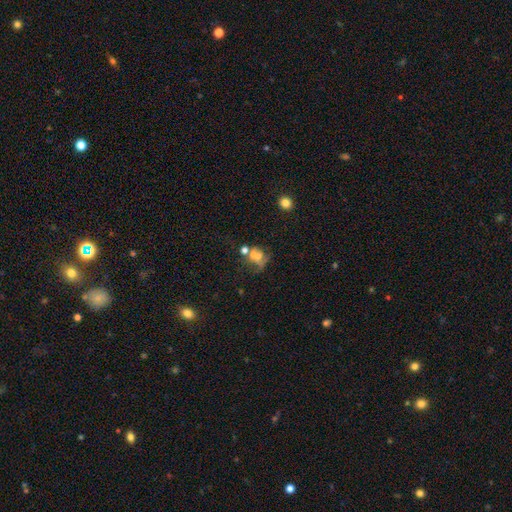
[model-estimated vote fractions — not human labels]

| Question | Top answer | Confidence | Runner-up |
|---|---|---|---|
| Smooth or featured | smooth | 47% | featured or disk (30%) |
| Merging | none | 36% | merger (32%) |